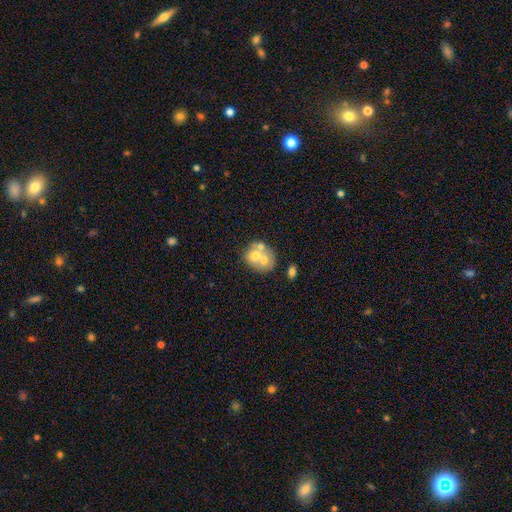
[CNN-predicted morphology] Q: Smooth or featured?
A: smooth (53%); runner-up: featured or disk (38%)
Q: How rounded?
A: round (66%); runner-up: in between (34%)
Q: Merging?
A: merger (49%); runner-up: none (35%)